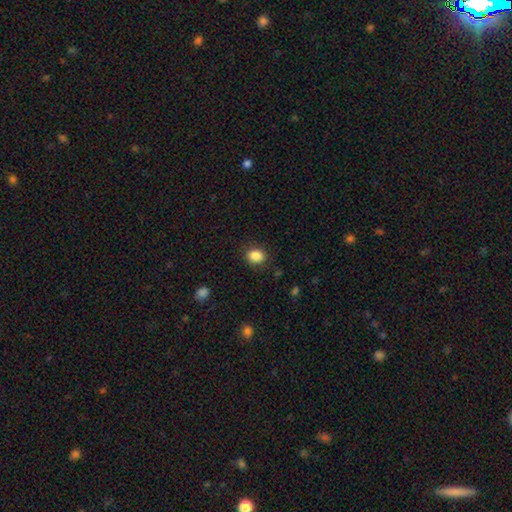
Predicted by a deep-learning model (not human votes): smooth-or-featured: smooth: 87% | star or artifact: 9% | featured or disk: 4%
  how-rounded: round: 55% | in between: 44% | cigar-shaped: 1%
  merging: none: 86% | minor disturbance: 10% | major disturbance: 3% | merger: 1%